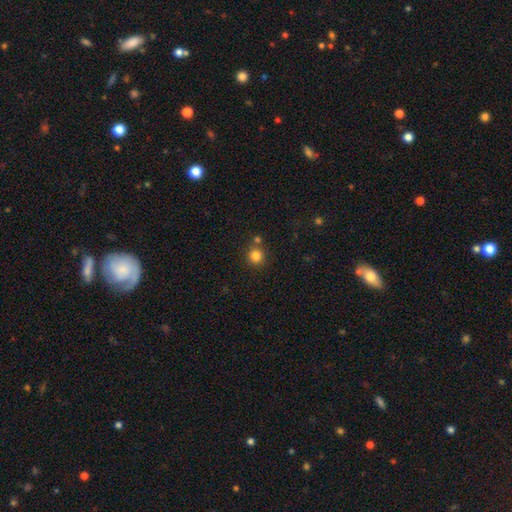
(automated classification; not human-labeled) smooth_or_featured: smooth (p=0.83) [alt: star or artifact p=0.12]
how_rounded: round (p=0.93) [alt: in between p=0.06]
merging: none (p=0.75) [alt: merger p=0.14]